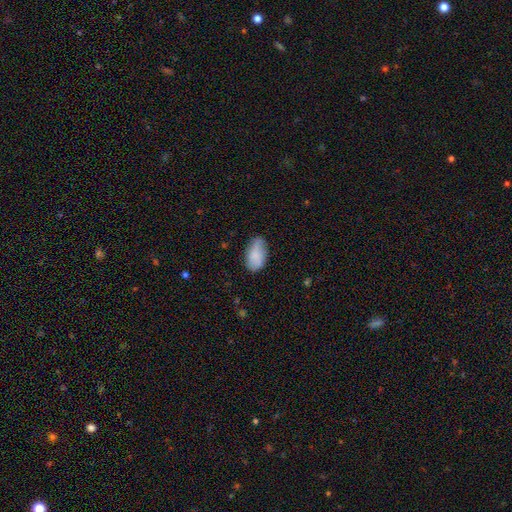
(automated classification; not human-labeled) smooth 80%, featured or disk 13%, star or artifact 7%. Down the decision tree: how rounded — in between (93%); merging — none (62%).